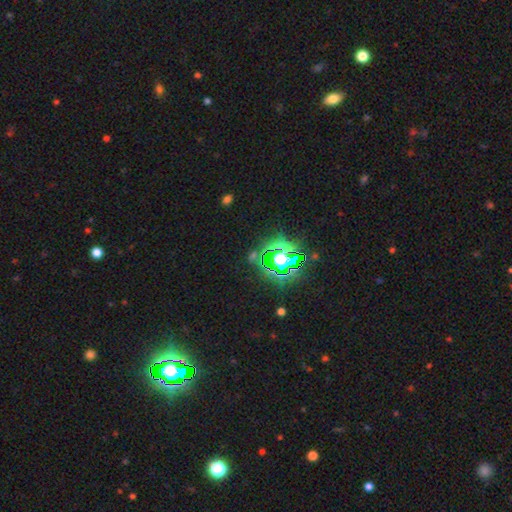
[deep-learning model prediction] smooth_or_featured: star or artifact (p=0.76) [alt: smooth p=0.15]